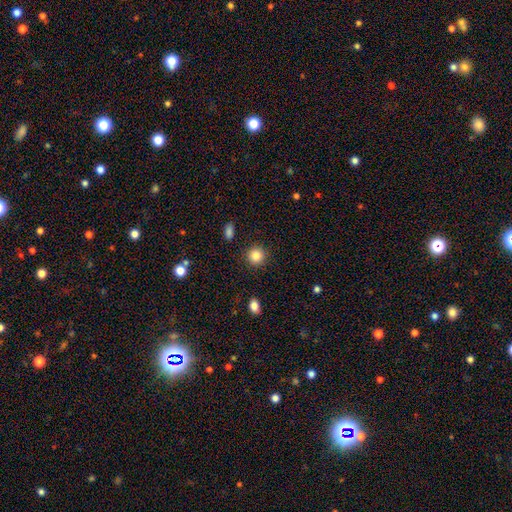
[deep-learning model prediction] This is clearly a smooth galaxy (85%). How rounded: clearly round (92%). Merging: clearly none (90%).